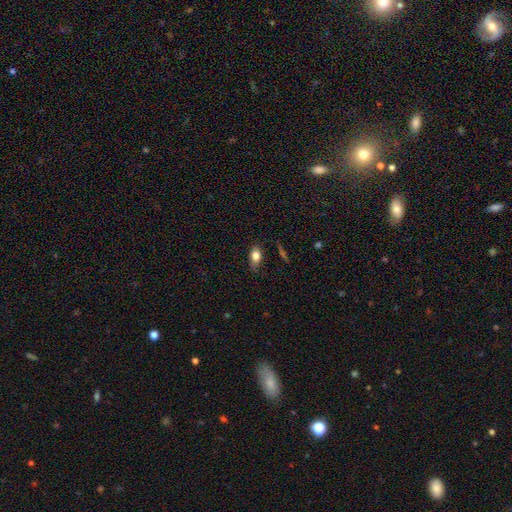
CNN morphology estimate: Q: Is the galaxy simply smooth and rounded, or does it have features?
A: smooth — 78%.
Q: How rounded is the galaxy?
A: in between — 85%.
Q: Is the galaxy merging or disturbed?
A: none — 76%.